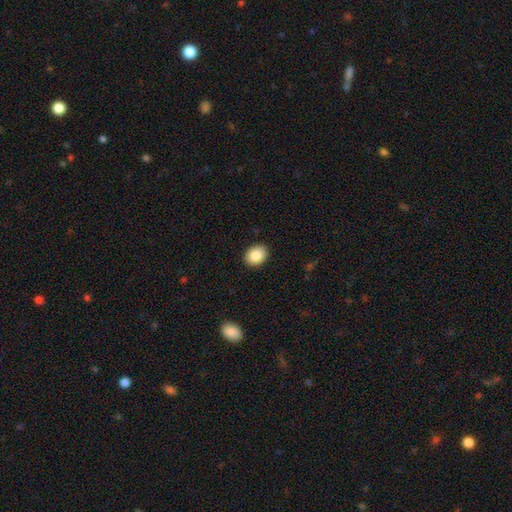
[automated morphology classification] The model was most divided on "how rounded": in between: 56%, round: 43%, cigar-shaped: 1%. More confident: merging — none (90%); smooth or featured — smooth (87%).